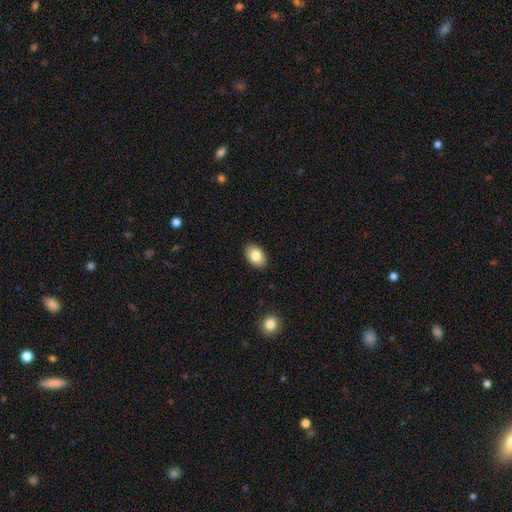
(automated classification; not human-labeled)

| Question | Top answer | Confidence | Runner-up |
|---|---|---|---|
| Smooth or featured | smooth | 83% | featured or disk (10%) |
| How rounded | in between | 88% | round (11%) |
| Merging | none | 89% | minor disturbance (8%) |